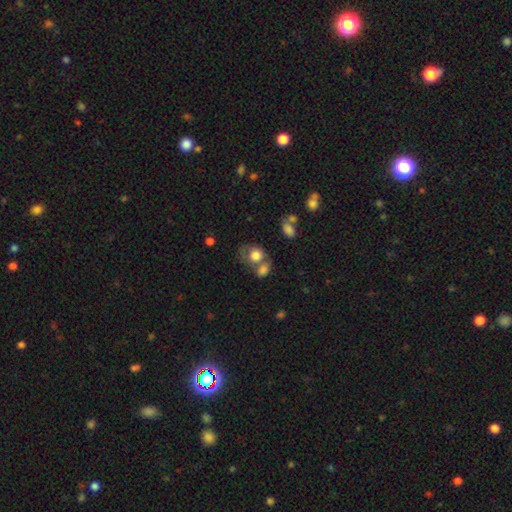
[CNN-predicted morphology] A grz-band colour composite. It shows a smooth galaxy with no disk features (73%) that is round (58%). Merging: merger (43%).